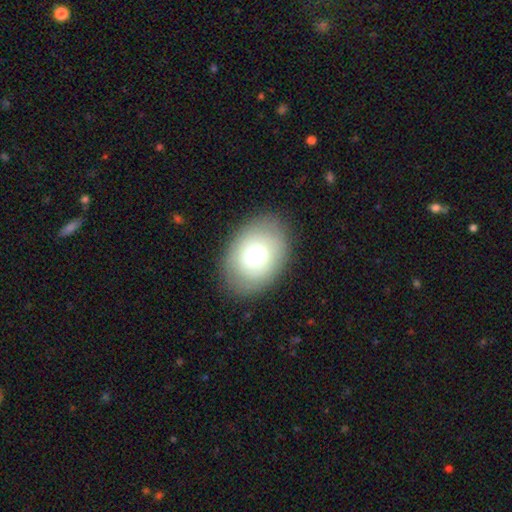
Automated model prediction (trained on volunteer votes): smooth 69%, featured or disk 22%, star or artifact 9%. Down the decision tree: how rounded — in between (70%); merging — none (85%).